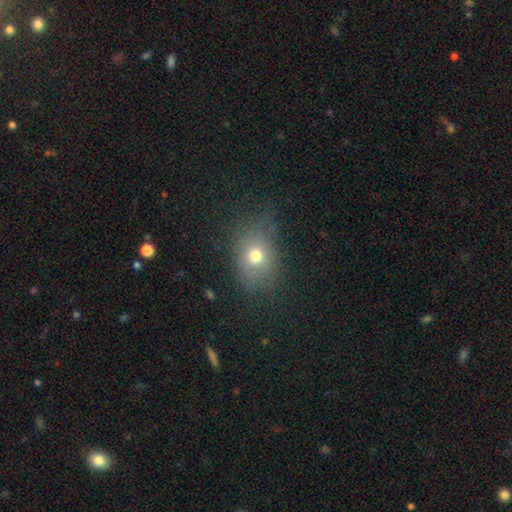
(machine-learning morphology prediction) Overall: smooth (69%). How rounded: in between (52%; round 46%). Merging: none (71%).